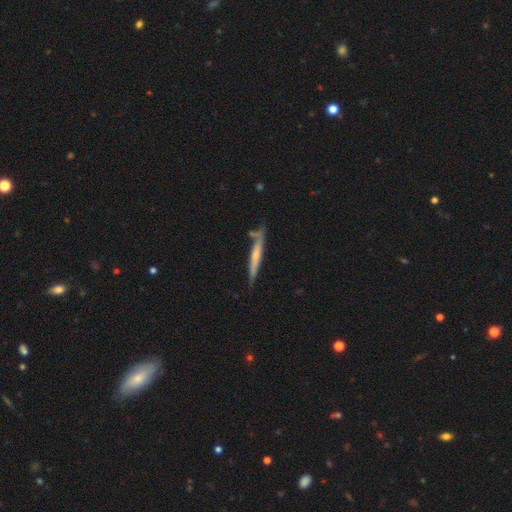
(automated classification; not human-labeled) This is possibly a featured or disk galaxy (47%, tied with smooth). Merging: likely none (72%).